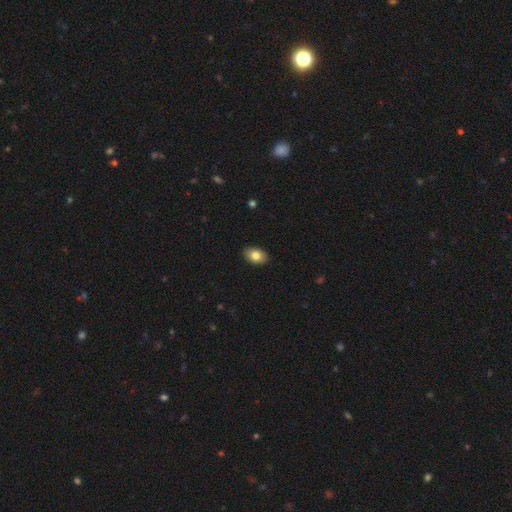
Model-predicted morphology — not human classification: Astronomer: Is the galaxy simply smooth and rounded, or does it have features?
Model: smooth — 81%.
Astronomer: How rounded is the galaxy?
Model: in between — 84%.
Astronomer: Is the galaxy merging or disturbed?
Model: none — 88%.